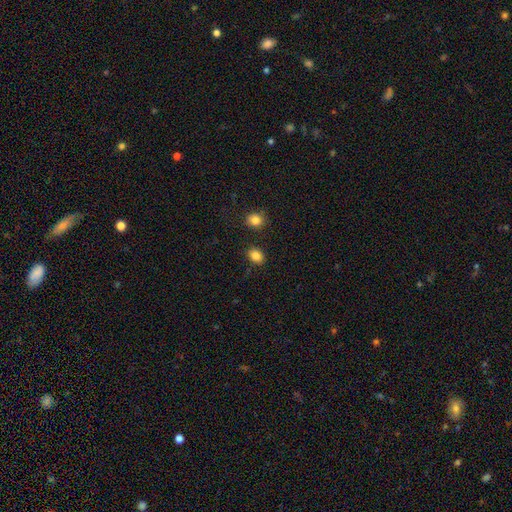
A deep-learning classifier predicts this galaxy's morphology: smooth-or-featured: smooth: 86% | star or artifact: 10% | featured or disk: 4%
  how-rounded: in between: 61% | round: 38% | cigar-shaped: 1%
  merging: none: 85% | minor disturbance: 9% | merger: 4% | major disturbance: 3%